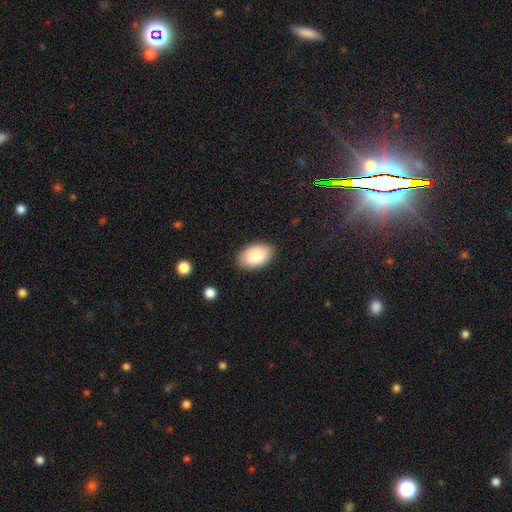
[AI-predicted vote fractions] A smooth galaxy with no disk features (88%) that is in between round and cigar-shaped (93%).

Vote fractions:
- Smooth or featured? smooth: 88% / star or artifact: 6% / featured or disk: 6%
- How rounded? in between: 93% / round: 6% / cigar-shaped: 1%
- Merging? none: 86% / minor disturbance: 10% / major disturbance: 2% / merger: 1%